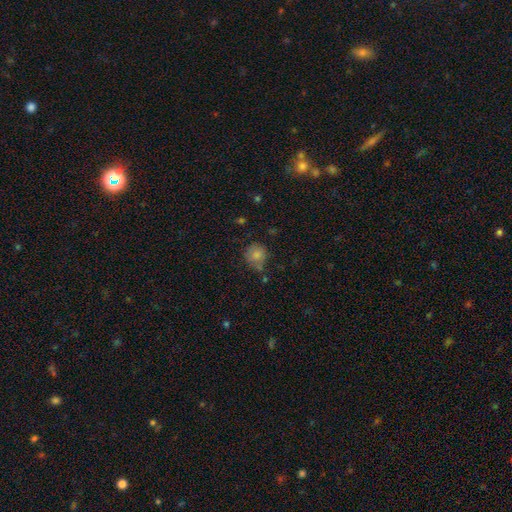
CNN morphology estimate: smooth_or_featured: smooth (p=0.71) [alt: star or artifact p=0.17]
how_rounded: round (p=0.86) [alt: in between p=0.13]
merging: none (p=0.69) [alt: minor disturbance p=0.19]